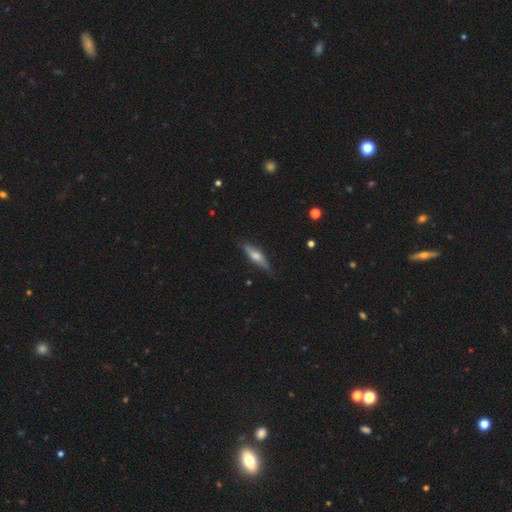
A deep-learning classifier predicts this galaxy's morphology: The model was most divided on "smooth or featured": featured or disk: 49%, smooth: 45%, star or artifact: 6%. More confident: merging — none (80%).